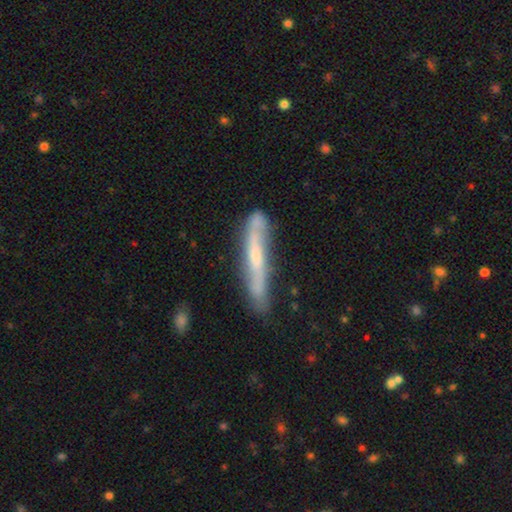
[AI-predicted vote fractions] Smooth or featured: featured or disk — 60% (smooth — 34%)
Edge-on disk: yes — 70% (no — 30%)
Merging: none — 68% (minor disturbance — 22%)